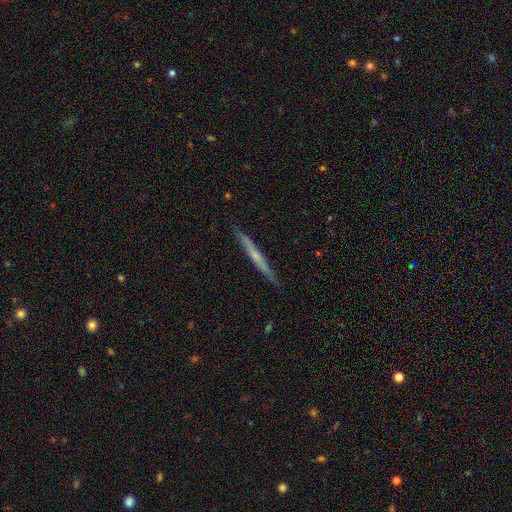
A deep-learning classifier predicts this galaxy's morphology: A featured or disk galaxy (57%) viewed edge-on (96%) with no central bulge (62%).

Vote fractions:
- Smooth or featured? featured or disk: 57% / smooth: 37% / star or artifact: 6%
- Edge-on disk? yes: 96% / no: 4%
- Edge-on bulge? none: 62% / rounded: 33% / boxy: 5%
- Merging? none: 88% / minor disturbance: 9% / major disturbance: 2% / merger: 1%